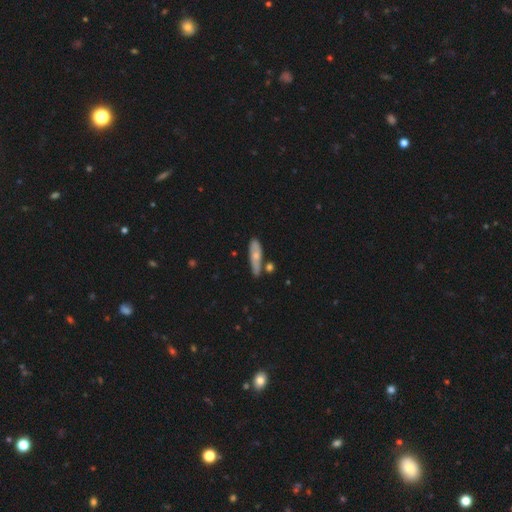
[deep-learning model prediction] A smooth galaxy with no disk features (58%) that is cigar-shaped (59%).

Vote fractions:
- Smooth or featured? smooth: 58% / featured or disk: 35% / star or artifact: 7%
- How rounded? cigar-shaped: 59% / in between: 38% / round: 3%
- Merging? none: 64% / minor disturbance: 20% / merger: 11% / major disturbance: 4%